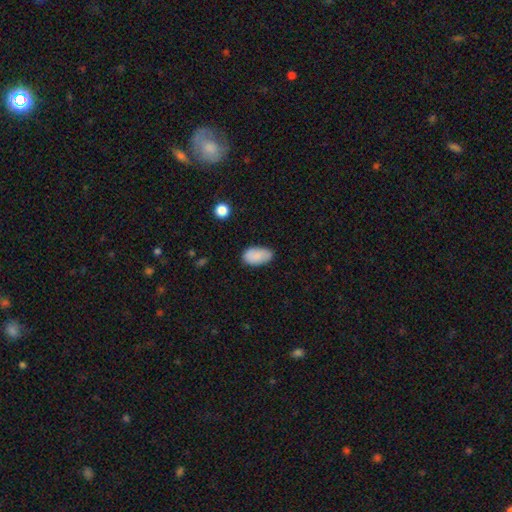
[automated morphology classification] smooth 87%, star or artifact 7%, featured or disk 6%. Down the decision tree: how rounded — in between (94%); merging — none (75%).